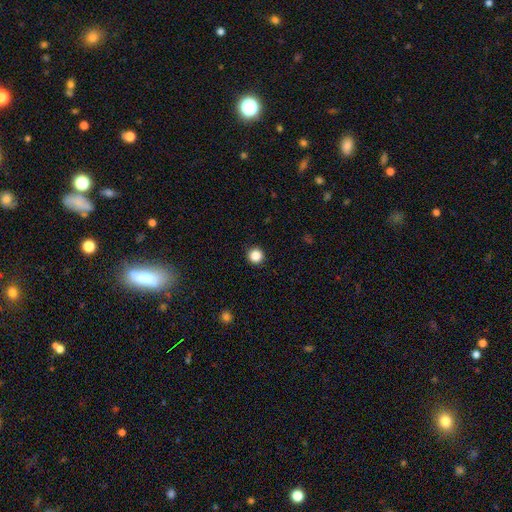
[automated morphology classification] smooth_or_featured: smooth (p=0.87) [alt: star or artifact p=0.11]
how_rounded: round (p=0.96) [alt: in between p=0.03]
merging: none (p=0.93) [alt: minor disturbance p=0.05]